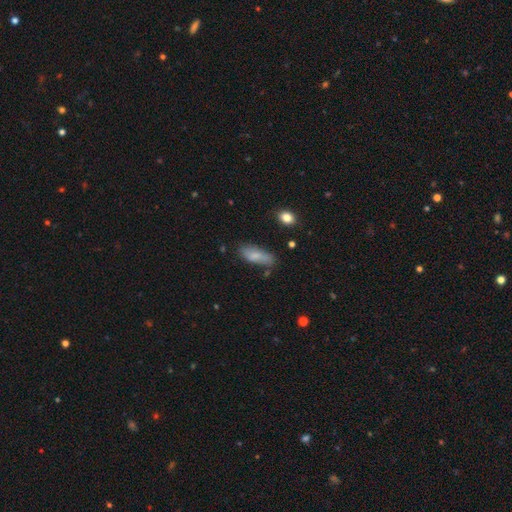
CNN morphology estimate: Smooth or featured? Predicted: smooth (p=0.76). How rounded? Predicted: in between (p=0.66). Merging? Predicted: none (p=0.62).